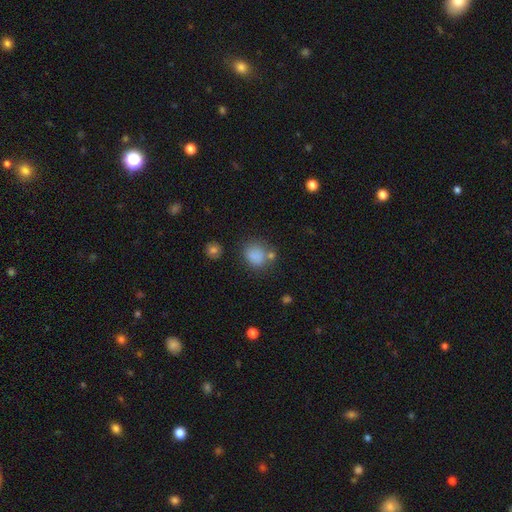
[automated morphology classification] Smooth or featured? smooth (82%)
How rounded? round (66%)
Merging? none (64%)